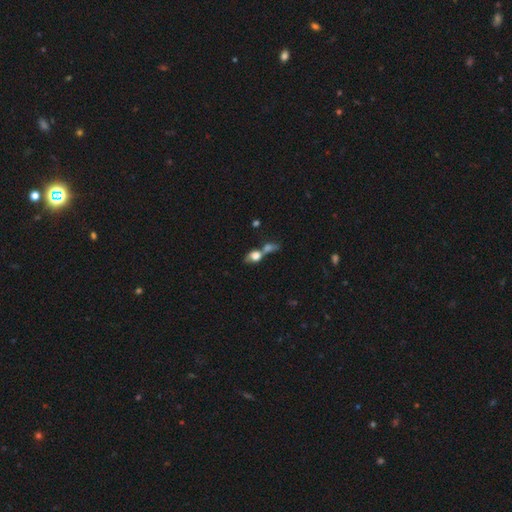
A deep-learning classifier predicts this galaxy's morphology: Q: Smooth or featured?
A: smooth (69%); runner-up: featured or disk (20%)
Q: How rounded?
A: in between (54%); runner-up: round (38%)
Q: Merging?
A: merger (62%); runner-up: none (21%)